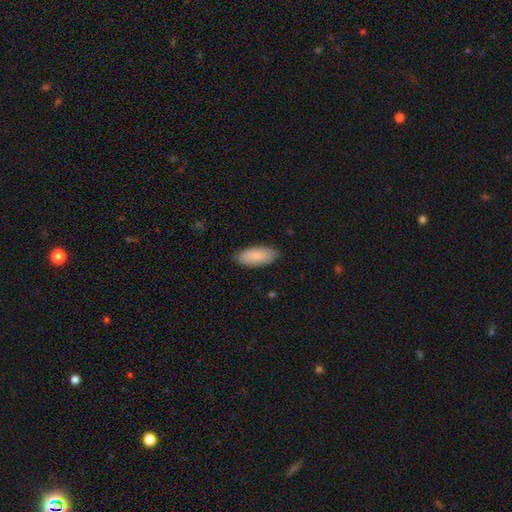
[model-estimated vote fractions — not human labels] Smooth or featured? Predicted: smooth (p=0.87). How rounded? Predicted: in between (p=0.83). Merging? Predicted: none (p=0.86).